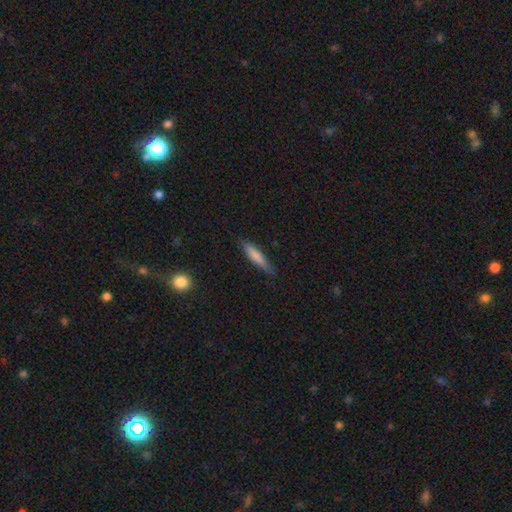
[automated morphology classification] Smooth or featured? Predicted: smooth (p=0.72). How rounded? Predicted: cigar-shaped (p=0.84). Merging? Predicted: none (p=0.82).